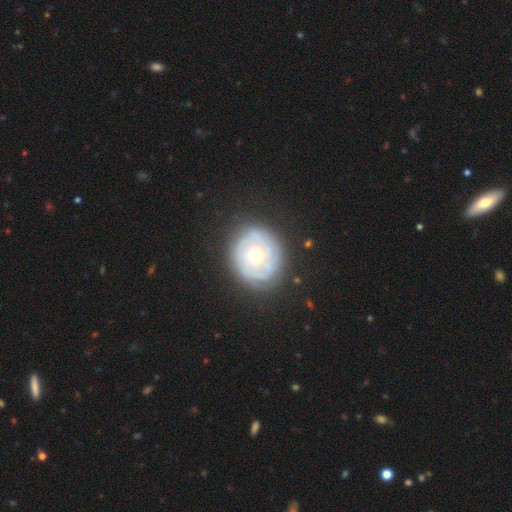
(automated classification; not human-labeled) A featured or disk galaxy (66%) with no bar (87%), spiral arms (59%) and a moderate central bulge (75%).

Vote fractions:
- Smooth or featured? featured or disk: 66% / smooth: 27% / star or artifact: 7%
- Edge-on disk? no: 97% / yes: 3%
- Bar? no: 87% / weak: 10% / strong: 3%
- Spiral arms? yes: 59% / no: 41%
- Bulge size? moderate: 75% / small: 18% / large: 5% / dominant: 1% / none: 1%
- Merging? none: 78% / minor disturbance: 15% / major disturbance: 6% / merger: 1%